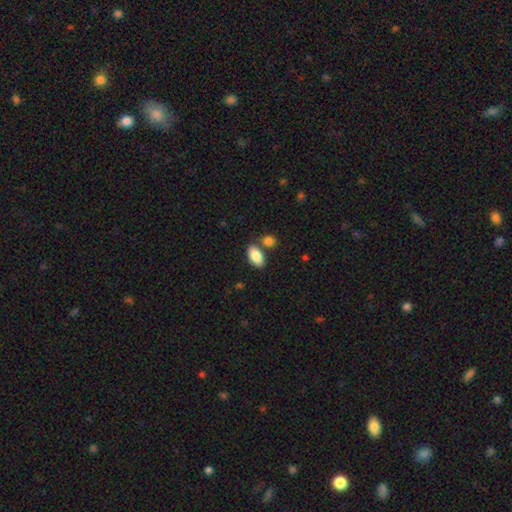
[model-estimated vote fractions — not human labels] This appears to be a smooth galaxy with no disk features (87%) that is in between round and cigar-shaped (93%). Merging: none (69%).